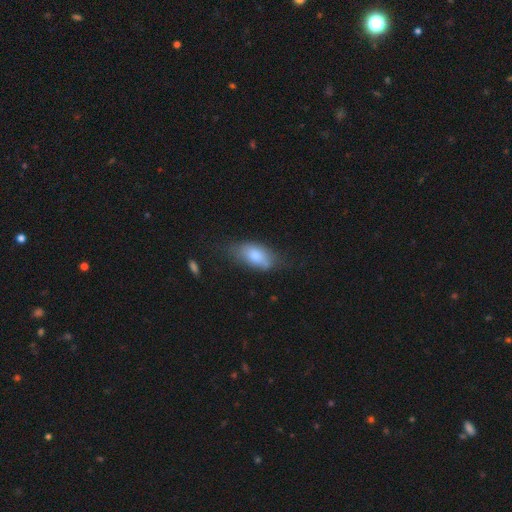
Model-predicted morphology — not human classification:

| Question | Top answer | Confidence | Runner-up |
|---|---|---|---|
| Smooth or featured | smooth | 79% | featured or disk (14%) |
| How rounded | in between | 90% | cigar-shaped (6%) |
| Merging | none | 53% | minor disturbance (31%) |